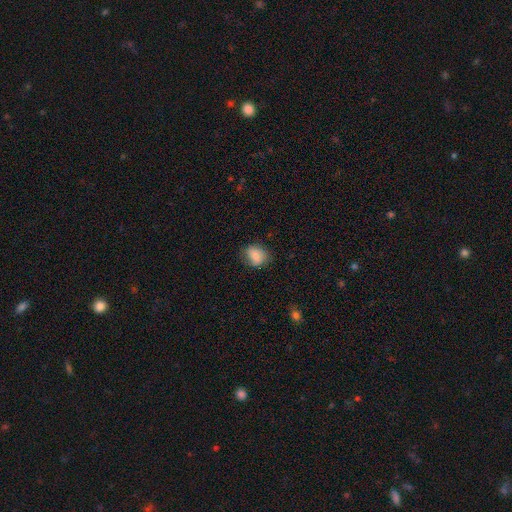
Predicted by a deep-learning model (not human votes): A smooth galaxy with no disk features (82%) that is in between round and cigar-shaped (58%).

Vote fractions:
- Smooth or featured? smooth: 82% / featured or disk: 10% / star or artifact: 8%
- How rounded? in between: 58% / round: 41% / cigar-shaped: 1%
- Merging? none: 72% / minor disturbance: 21% / major disturbance: 5% / merger: 1%